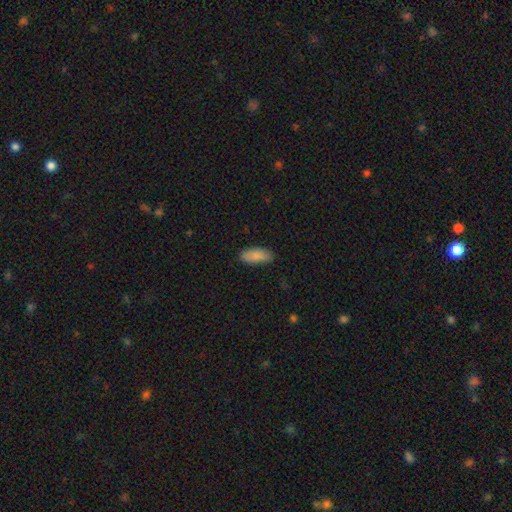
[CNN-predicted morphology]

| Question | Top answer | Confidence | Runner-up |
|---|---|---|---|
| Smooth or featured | smooth | 86% | featured or disk (8%) |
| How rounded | in between | 81% | cigar-shaped (17%) |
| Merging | none | 86% | minor disturbance (11%) |